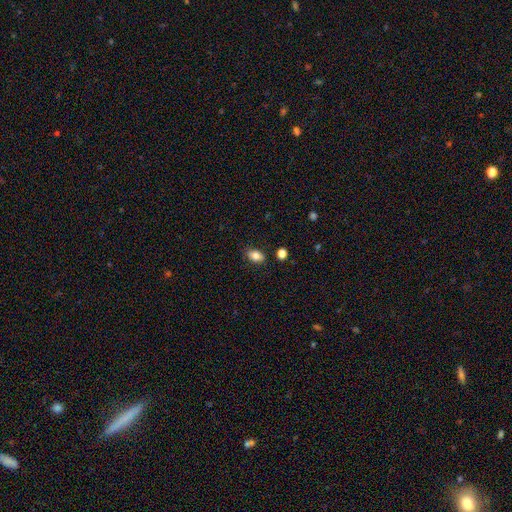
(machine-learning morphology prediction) smooth-or-featured: smooth: 80% | featured or disk: 11% | star or artifact: 9%
  how-rounded: in between: 86% | round: 12% | cigar-shaped: 2%
  merging: none: 82% | minor disturbance: 13% | merger: 3% | major disturbance: 3%